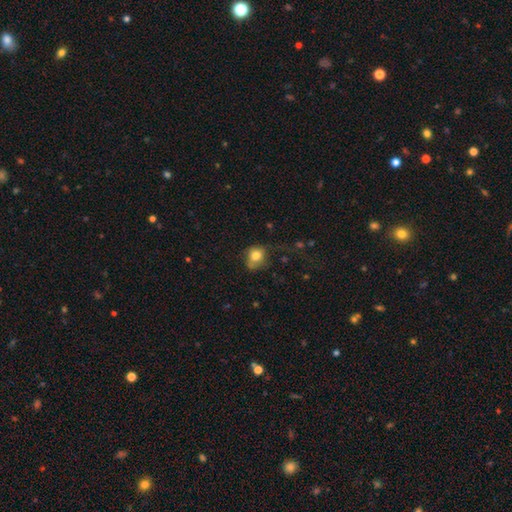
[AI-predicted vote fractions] smooth-or-featured: smooth: 77% | featured or disk: 13% | star or artifact: 10%
  how-rounded: round: 63% | in between: 36% | cigar-shaped: 1%
  merging: none: 45% | minor disturbance: 30% | major disturbance: 20% | merger: 5%